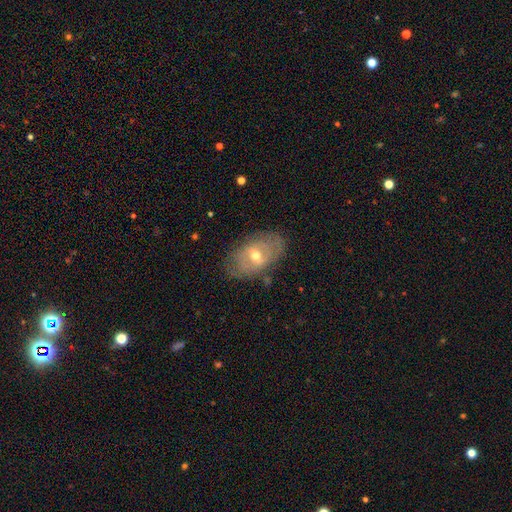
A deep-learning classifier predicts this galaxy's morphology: Overall: featured or disk (64%; smooth 29%). Edge-on disk: no (92%). Bar: weak (45%; no 39%). Spiral arms: yes (55%; no 45%). Bulge size: moderate (61%; small 35%). Merging: none (72%).